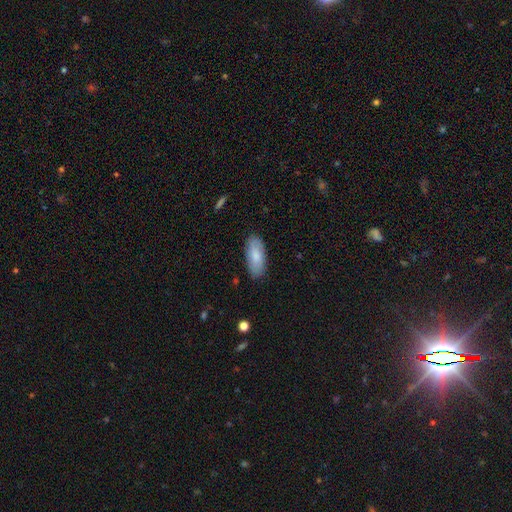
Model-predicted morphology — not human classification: This is likely a smooth galaxy (77%). How rounded: clearly in between (88%). Merging: clearly none (85%).